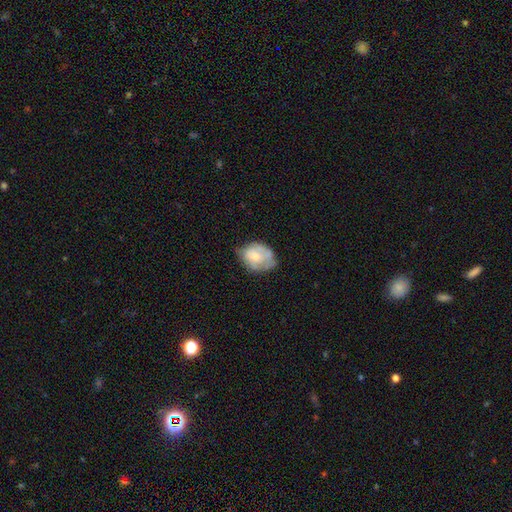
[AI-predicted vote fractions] A smooth galaxy with no disk features (56%) that is in between round and cigar-shaped (59%). Merging: none (41%).